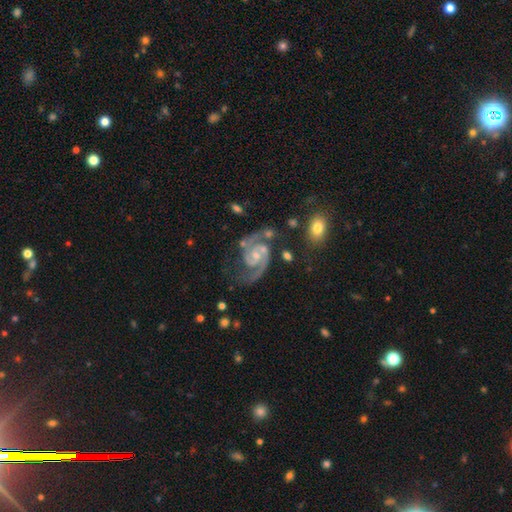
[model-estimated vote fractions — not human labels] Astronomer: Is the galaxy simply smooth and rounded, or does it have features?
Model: featured or disk — 92%.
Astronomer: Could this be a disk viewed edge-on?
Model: no — 98%.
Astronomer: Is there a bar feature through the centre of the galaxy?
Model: no — 56% (runner-up: weak, 35%).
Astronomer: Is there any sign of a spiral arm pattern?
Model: yes — 98%.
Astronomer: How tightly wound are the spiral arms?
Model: medium — 61%.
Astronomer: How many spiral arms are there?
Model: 2 — 93%.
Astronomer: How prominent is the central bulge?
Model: small — 59%.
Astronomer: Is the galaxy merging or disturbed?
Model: none — 68%.